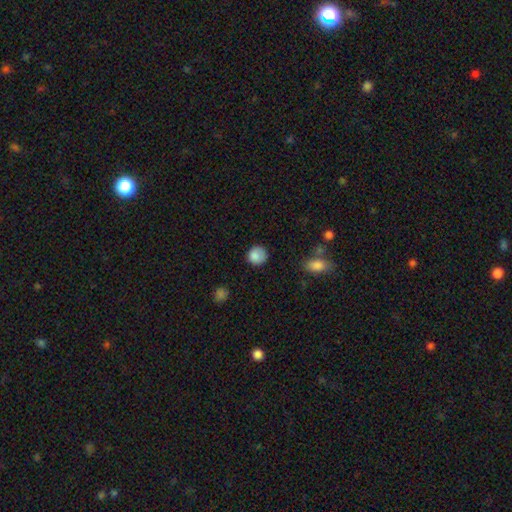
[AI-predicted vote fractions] Morphology: type=smooth (86%); roundness=round (87%); merging=none (75%).